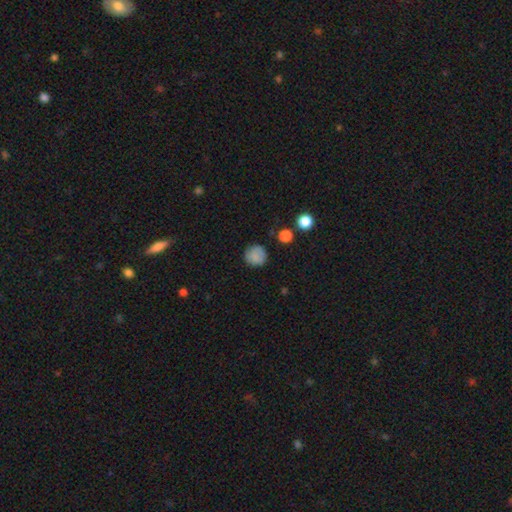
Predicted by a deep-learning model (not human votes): Smooth or featured? Predicted: smooth (p=0.81). How rounded? Predicted: round (p=0.91). Merging? Predicted: none (p=0.82).